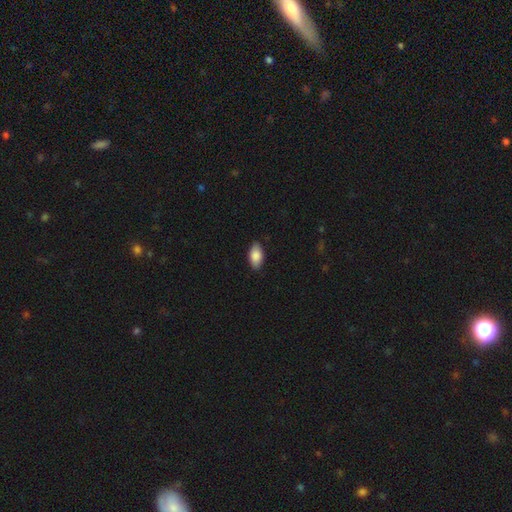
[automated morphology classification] Overall: smooth (86%). How rounded: in between (93%). Merging: none (86%).